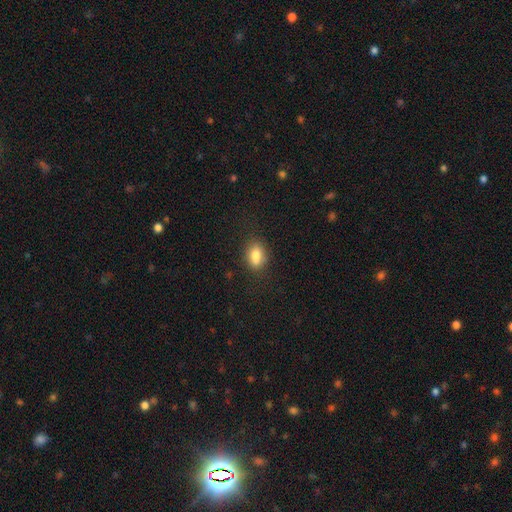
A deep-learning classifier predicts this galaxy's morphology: smooth 81%, featured or disk 10%, star or artifact 9%. Down the decision tree: how rounded — in between (77%); merging — none (76%).